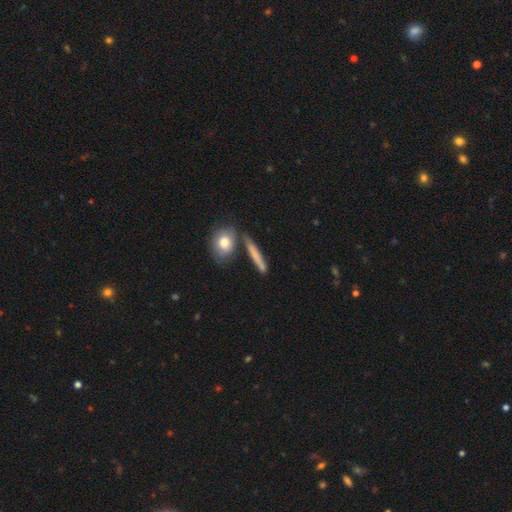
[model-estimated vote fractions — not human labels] smooth-or-featured: smooth: 68% | featured or disk: 25% | star or artifact: 7%
  how-rounded: cigar-shaped: 84% | in between: 9% | round: 6%
  merging: none: 74% | minor disturbance: 13% | merger: 9% | major disturbance: 4%